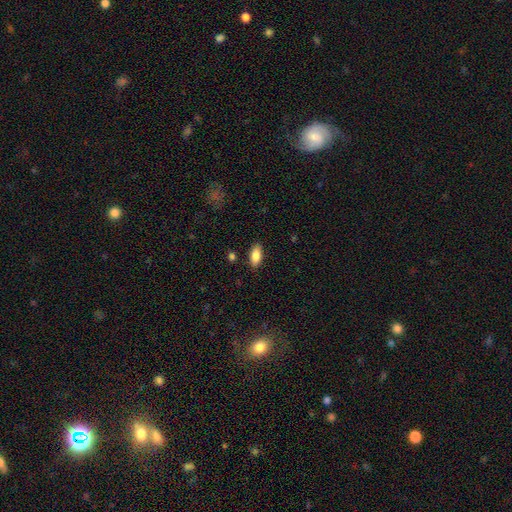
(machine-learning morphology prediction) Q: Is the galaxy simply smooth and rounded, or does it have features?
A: smooth — 84%.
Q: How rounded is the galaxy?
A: in between — 89%.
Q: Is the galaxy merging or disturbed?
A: none — 87%.